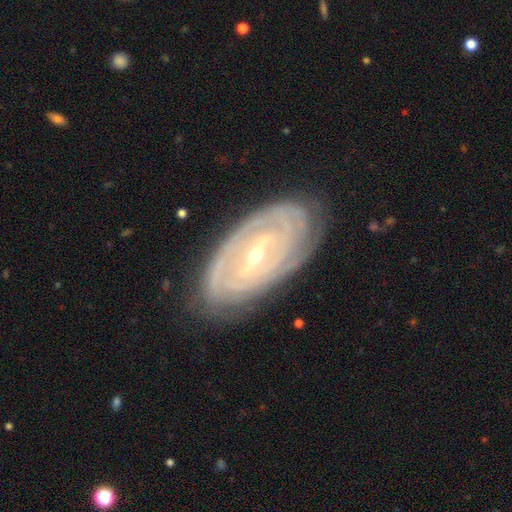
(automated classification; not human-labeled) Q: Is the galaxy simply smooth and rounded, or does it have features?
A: featured or disk — 87%.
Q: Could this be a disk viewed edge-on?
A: no — 93%.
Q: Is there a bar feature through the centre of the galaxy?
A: strong — 44%.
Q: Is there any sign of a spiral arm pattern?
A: yes — 92%.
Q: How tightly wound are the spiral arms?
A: tight — 80%.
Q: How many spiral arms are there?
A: can't tell — 39%.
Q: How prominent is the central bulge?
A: small — 59%.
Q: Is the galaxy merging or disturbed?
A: none — 79%.